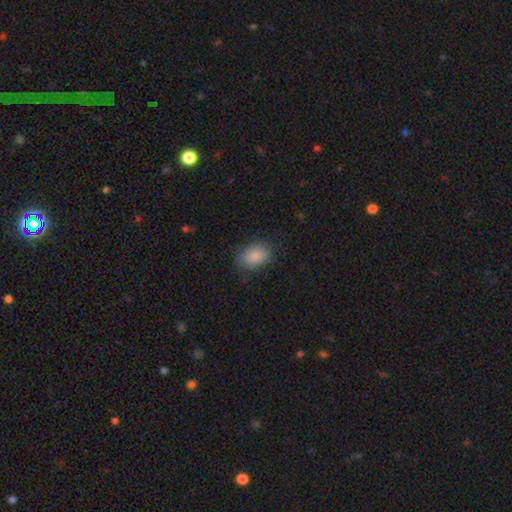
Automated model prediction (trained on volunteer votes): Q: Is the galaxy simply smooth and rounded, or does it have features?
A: smooth — 85%.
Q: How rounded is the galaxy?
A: in between — 84%.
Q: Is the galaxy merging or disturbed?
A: none — 81%.